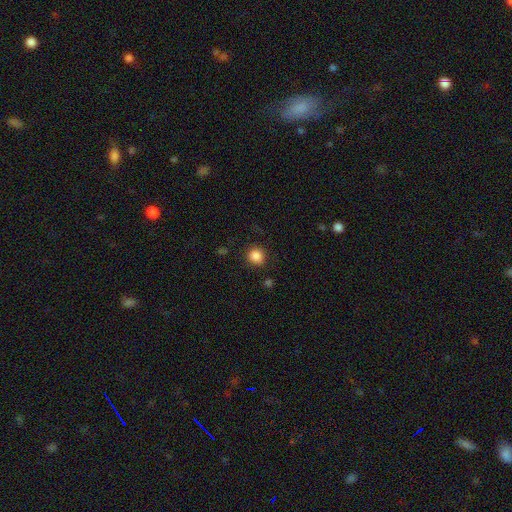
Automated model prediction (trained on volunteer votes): Morphology: type=smooth (85%); roundness=round (86%); merging=none (85%).